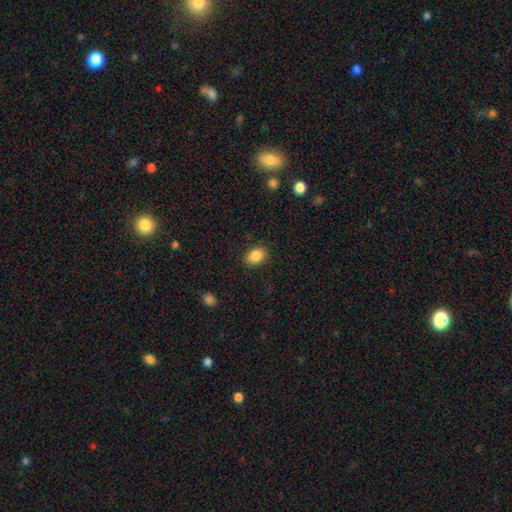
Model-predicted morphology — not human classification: smooth_or_featured: smooth (p=0.89) [alt: star or artifact p=0.08]
how_rounded: in between (p=0.80) [alt: round p=0.19]
merging: none (p=0.88) [alt: minor disturbance p=0.09]